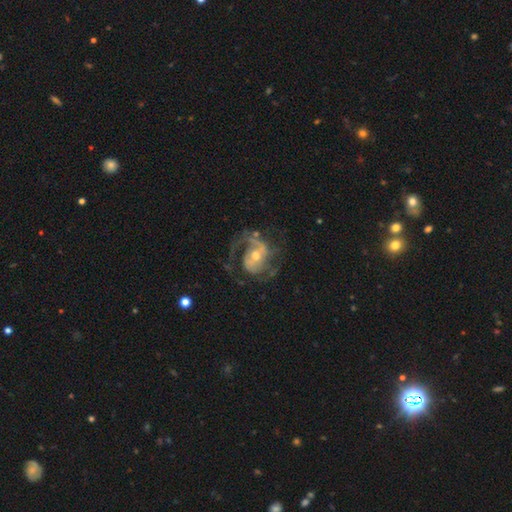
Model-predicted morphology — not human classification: A featured or disk galaxy (86%) with no bar (48%), 2 (64%) medium (50%) spiral arms (92%) and a moderate central bulge (58%). Merging: none (59%).